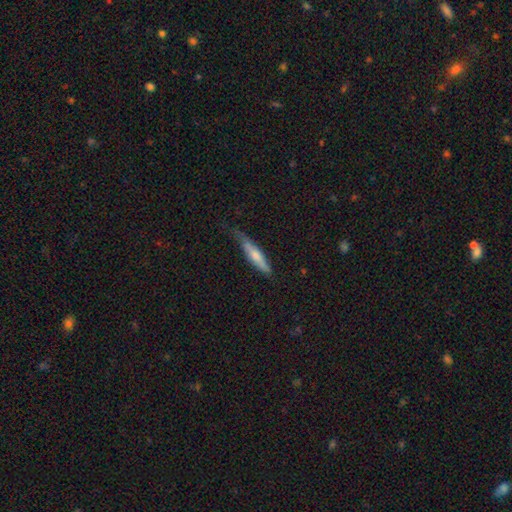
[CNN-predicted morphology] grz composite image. It shows a smooth galaxy with no disk features (62%) that is cigar-shaped (84%). Merging: none (56%).